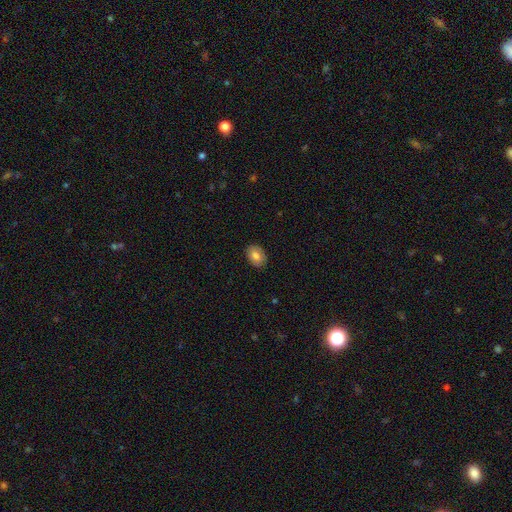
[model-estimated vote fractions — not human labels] smooth-or-featured: smooth: 81% | featured or disk: 12% | star or artifact: 7%
  how-rounded: in between: 77% | round: 22% | cigar-shaped: 1%
  merging: none: 87% | minor disturbance: 10% | major disturbance: 2% | merger: 1%